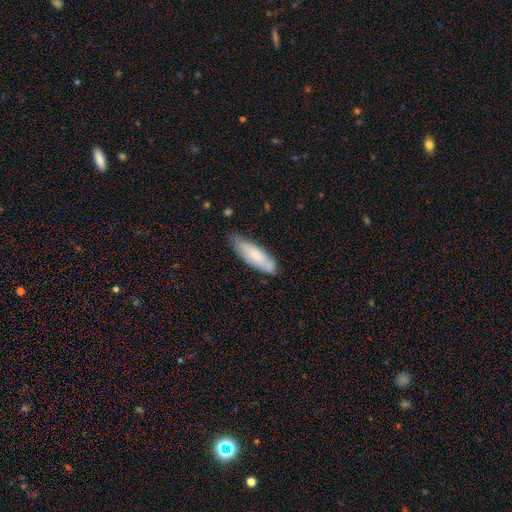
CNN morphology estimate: Smooth or featured: smooth — 71% (featured or disk — 23%)
How rounded: cigar-shaped — 51% (in between — 48%)
Merging: none — 68% (minor disturbance — 26%)